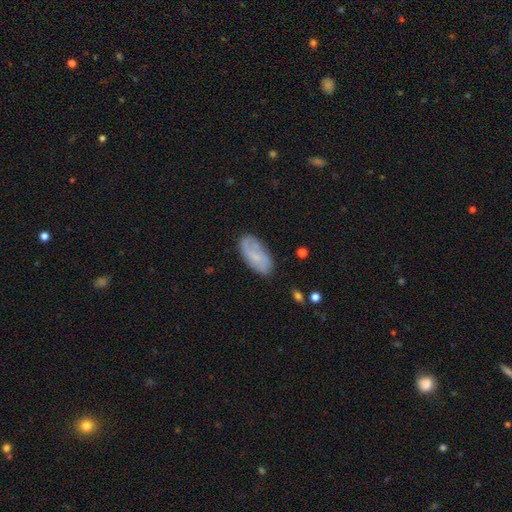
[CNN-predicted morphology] smooth_or_featured: smooth (p=0.51) [alt: featured or disk p=0.41]
how_rounded: in between (p=0.92) [alt: cigar-shaped p=0.06]
merging: none (p=0.76) [alt: minor disturbance p=0.18]